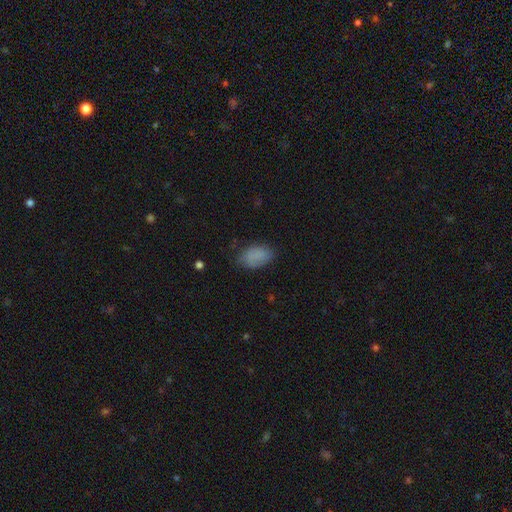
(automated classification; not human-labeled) The model was most divided on "merging": none: 66%, minor disturbance: 26%, major disturbance: 7%, merger: 2%. More confident: how rounded — in between (89%); smooth or featured — smooth (83%).